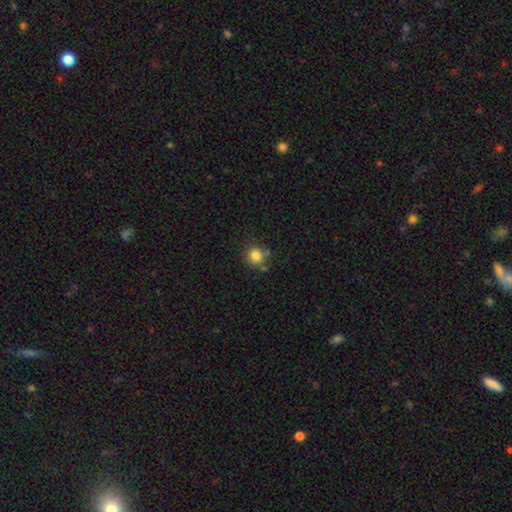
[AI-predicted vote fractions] Smooth or featured?
  - smooth: 83% *
  - star or artifact: 11%
  - featured or disk: 6%
How rounded?
  - round: 89% *
  - in between: 10%
  - cigar-shaped: 1%
Merging?
  - none: 71% *
  - minor disturbance: 14%
  - merger: 10%
  - major disturbance: 4%